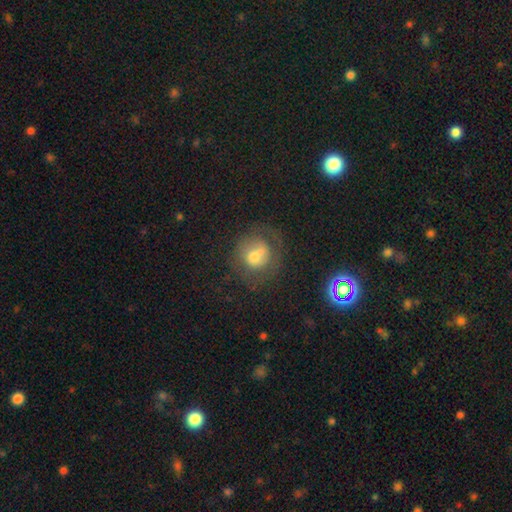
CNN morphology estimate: Smooth or featured? smooth (53%)
How rounded? round (80%)
Merging? none (52%)